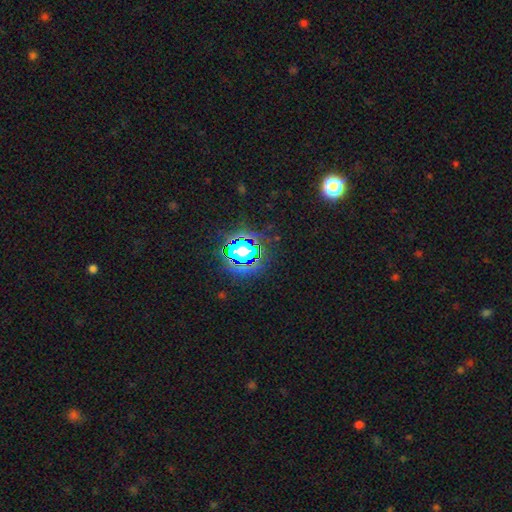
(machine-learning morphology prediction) smooth-or-featured: star or artifact: 77% | smooth: 16% | featured or disk: 7%